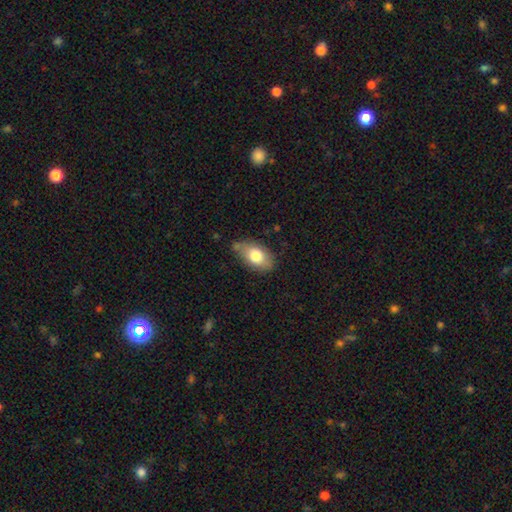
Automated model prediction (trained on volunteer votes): A smooth galaxy with no disk features (76%) that is in between round and cigar-shaped (90%). Merging: none (67%).